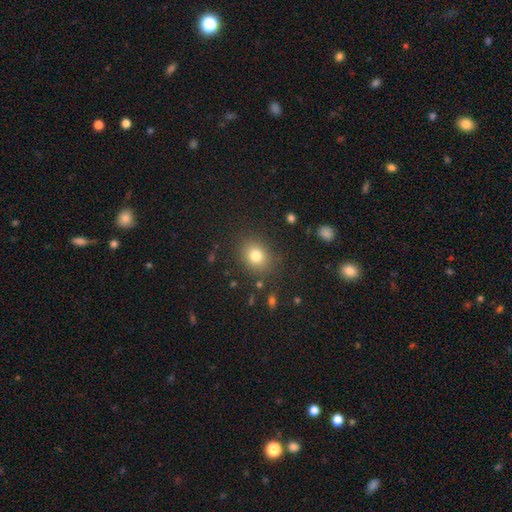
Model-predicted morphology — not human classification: A smooth galaxy with no disk features (78%) that is round (62%).

Vote fractions:
- Smooth or featured? smooth: 78% / star or artifact: 13% / featured or disk: 9%
- How rounded? round: 62% / in between: 37% / cigar-shaped: 1%
- Merging? none: 85% / minor disturbance: 9% / major disturbance: 4% / merger: 2%